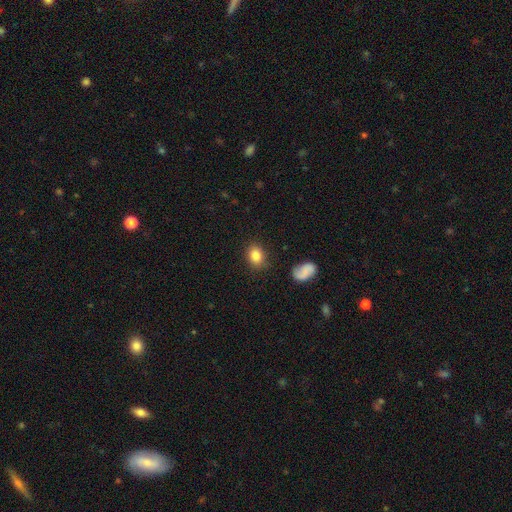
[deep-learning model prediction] Q: Smooth or featured?
A: smooth (84%); runner-up: star or artifact (9%)
Q: How rounded?
A: in between (57%); runner-up: round (41%)
Q: Merging?
A: none (84%); runner-up: minor disturbance (11%)